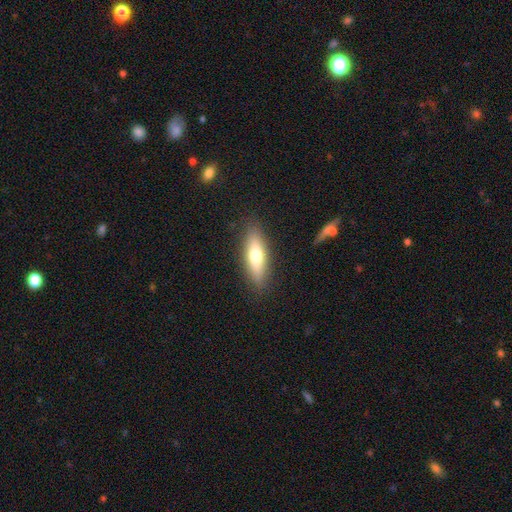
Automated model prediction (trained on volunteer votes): This is likely a smooth galaxy (66%). How rounded: possibly cigar-shaped (51%). Merging: clearly none (86%).